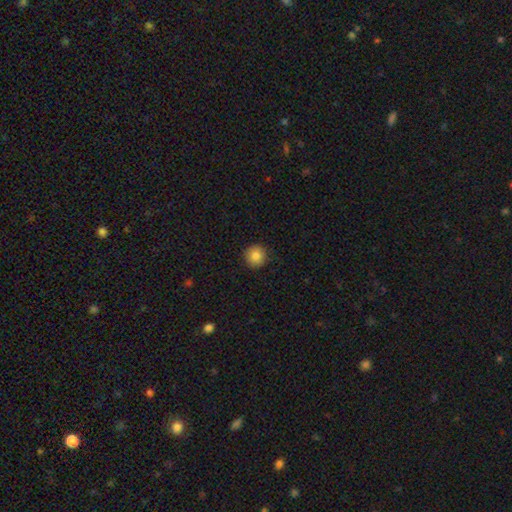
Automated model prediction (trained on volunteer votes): smooth 83%, star or artifact 10%, featured or disk 7%. Down the decision tree: how rounded — round (95%); merging — none (91%).